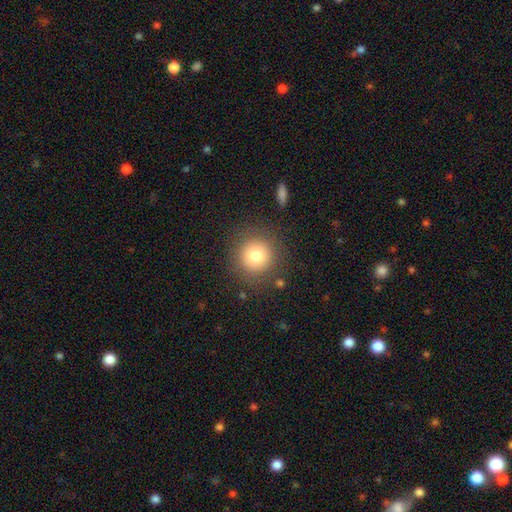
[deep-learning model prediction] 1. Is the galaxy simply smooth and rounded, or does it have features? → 78% smooth, 11% star or artifact, 11% featured or disk.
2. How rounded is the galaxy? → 94% round, 5% in between, 1% cigar-shaped.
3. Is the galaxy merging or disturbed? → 86% none, 8% minor disturbance, 4% major disturbance, 2% merger.